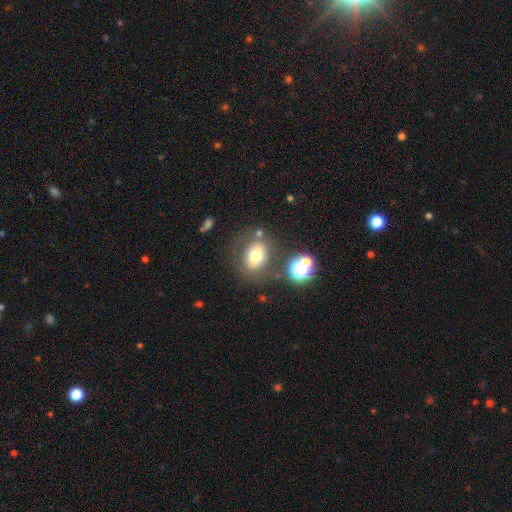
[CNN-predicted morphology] smooth 67%, featured or disk 20%, star or artifact 13%. Down the decision tree: how rounded — in between (53%); merging — none (70%).